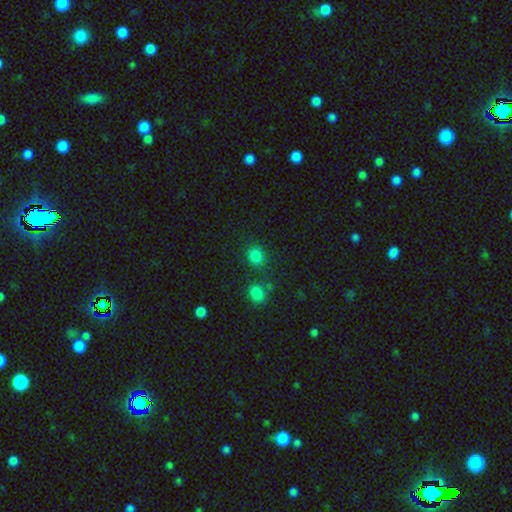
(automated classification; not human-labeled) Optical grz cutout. It shows a smooth galaxy with no disk features (81%) that is round (69%). Merging: none (75%).